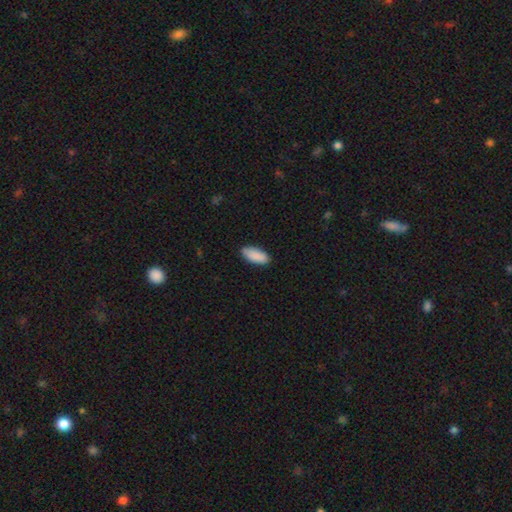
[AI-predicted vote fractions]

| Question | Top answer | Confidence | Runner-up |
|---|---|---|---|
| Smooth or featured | smooth | 90% | star or artifact (6%) |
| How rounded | in between | 86% | cigar-shaped (13%) |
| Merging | none | 84% | minor disturbance (12%) |